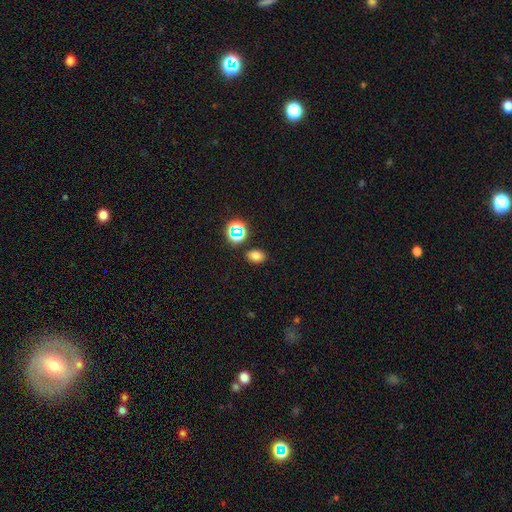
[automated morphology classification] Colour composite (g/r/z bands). It shows a smooth galaxy with no disk features (73%) that is in between round and cigar-shaped (75%). Merging: none (84%).